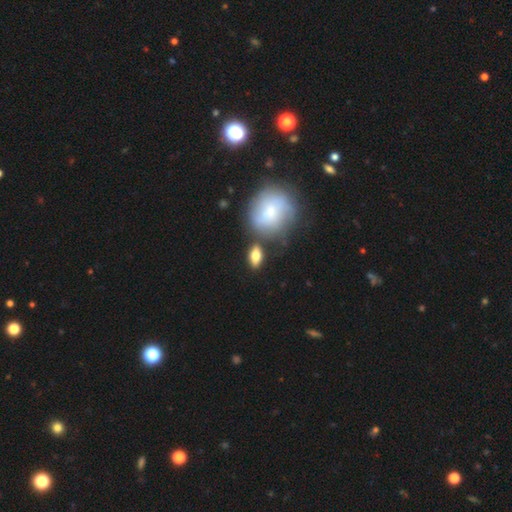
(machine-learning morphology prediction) Smooth or featured? smooth (77%)
How rounded? in between (79%)
Merging? none (73%)